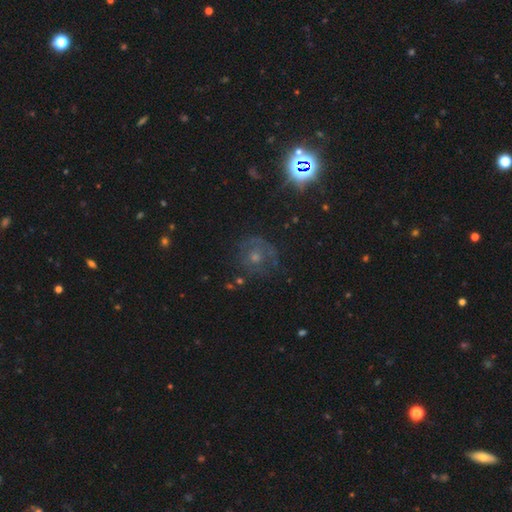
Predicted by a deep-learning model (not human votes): A featured or disk galaxy (41%). Merging: none (63%).